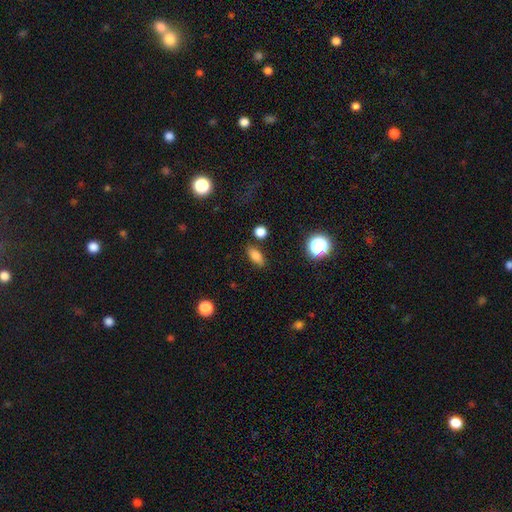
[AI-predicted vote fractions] Smooth or featured: smooth — 79% (star or artifact — 12%)
How rounded: in between — 79% (cigar-shaped — 11%)
Merging: none — 83% (minor disturbance — 10%)